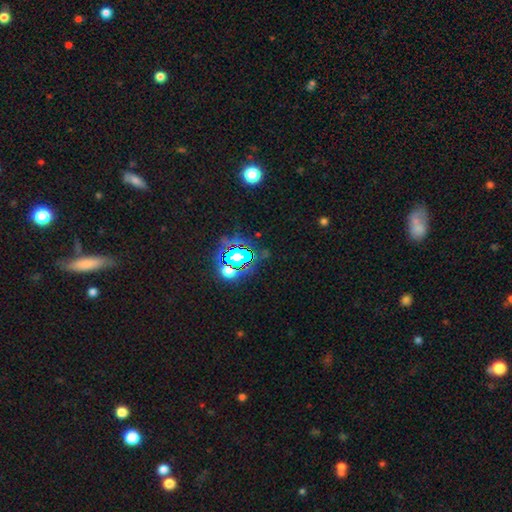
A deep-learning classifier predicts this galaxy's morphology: Smooth or featured: star or artifact — 78% (smooth — 13%)